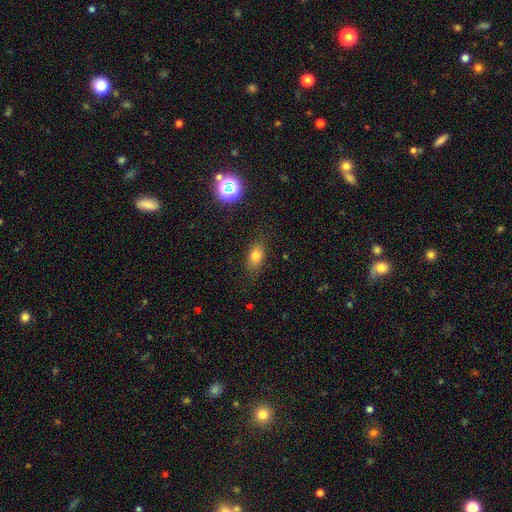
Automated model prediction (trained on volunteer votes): smooth 77%, star or artifact 13%, featured or disk 10%. Down the decision tree: how rounded — in between (79%); merging — none (79%).